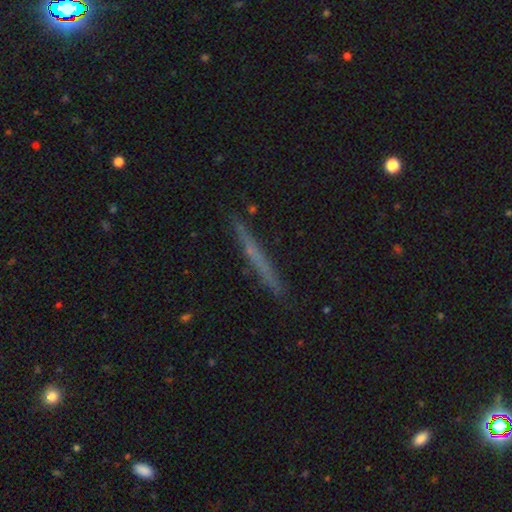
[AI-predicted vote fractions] Overall: smooth (47%; featured or disk 45%). Merging: none (89%).